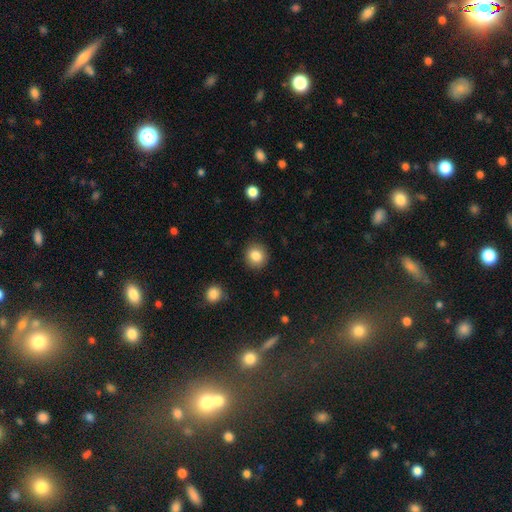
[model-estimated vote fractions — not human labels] A smooth galaxy with no disk features (85%) that is round (85%). Merging: none (90%).